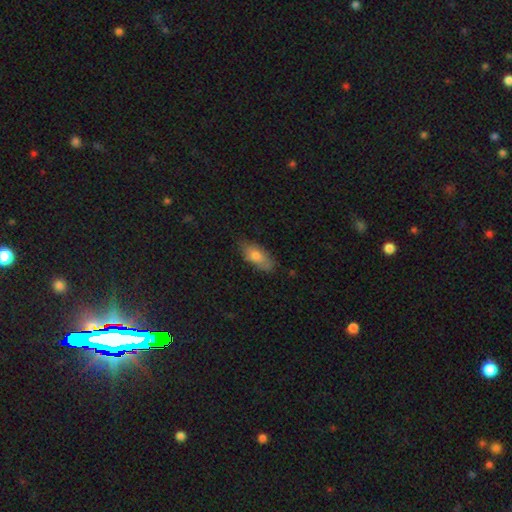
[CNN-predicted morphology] Smooth or featured?
  - smooth: 74% *
  - featured or disk: 19%
  - star or artifact: 7%
How rounded?
  - in between: 81% *
  - cigar-shaped: 16%
  - round: 3%
Merging?
  - none: 72% *
  - minor disturbance: 22%
  - major disturbance: 4%
  - merger: 2%